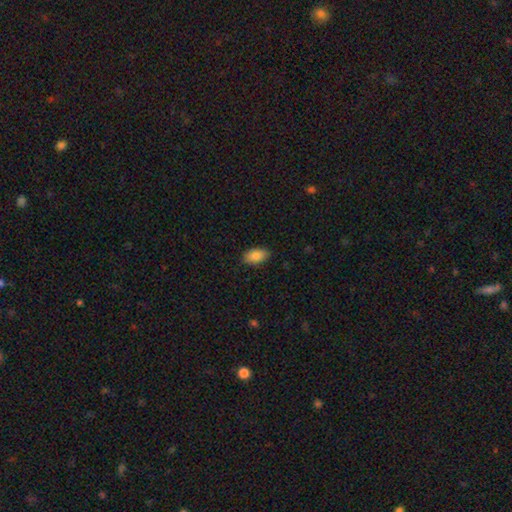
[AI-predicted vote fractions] Smooth or featured? Predicted: smooth (p=0.87). How rounded? Predicted: in between (p=0.94). Merging? Predicted: none (p=0.87).